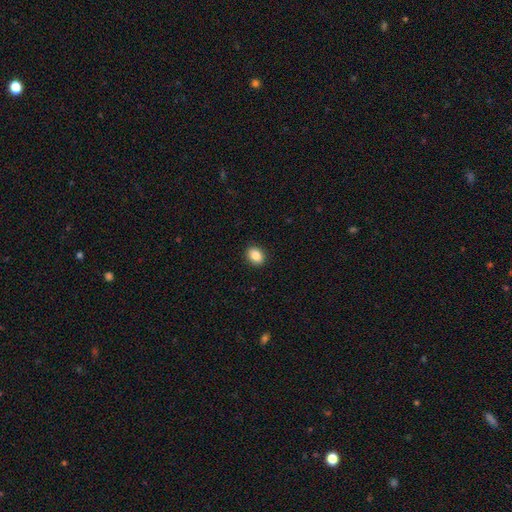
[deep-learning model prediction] The model was most divided on "how rounded": in between: 62%, round: 37%, cigar-shaped: 1%. More confident: merging — none (91%); smooth or featured — smooth (87%).